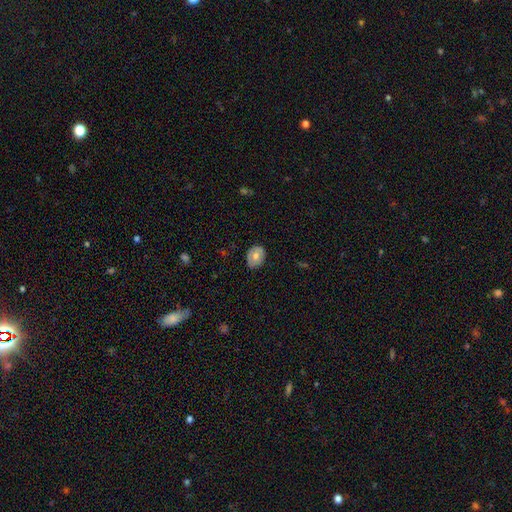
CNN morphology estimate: This appears to be a smooth galaxy with no disk features (57%) that is in between round and cigar-shaped (52%). Merging: none (82%).